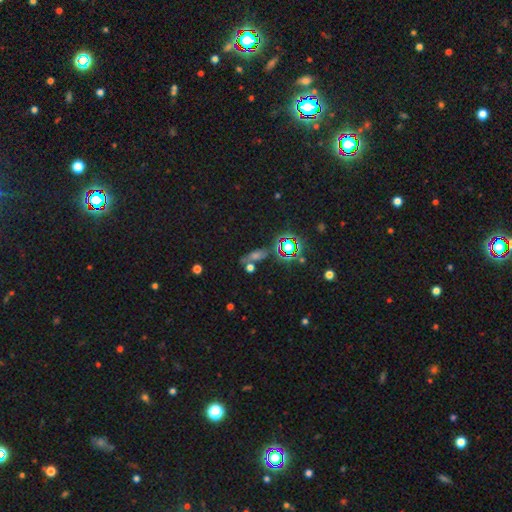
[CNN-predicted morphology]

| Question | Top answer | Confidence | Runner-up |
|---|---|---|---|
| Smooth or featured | star or artifact | 55% | smooth (27%) |